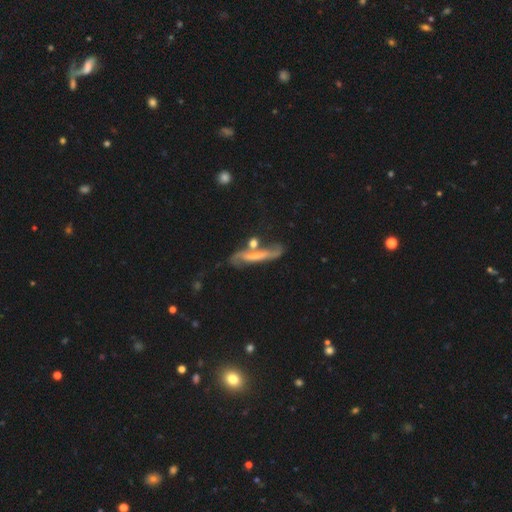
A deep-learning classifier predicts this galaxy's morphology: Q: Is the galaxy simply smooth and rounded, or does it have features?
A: featured or disk — 59%.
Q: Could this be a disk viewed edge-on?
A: no — 52%.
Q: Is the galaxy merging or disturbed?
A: none — 44%.